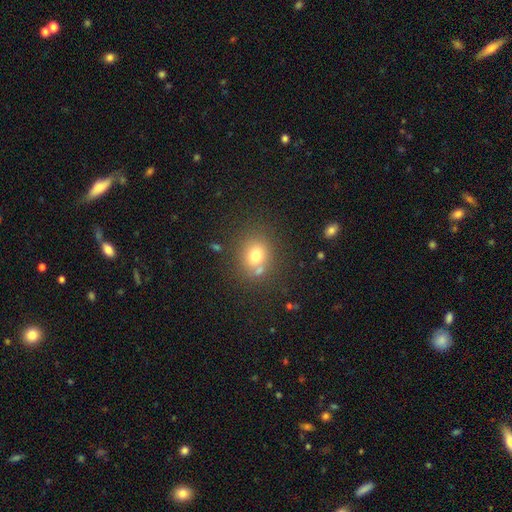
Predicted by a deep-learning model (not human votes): This appears to be a smooth galaxy with no disk features (73%) that is round (68%). Merging: none (66%).